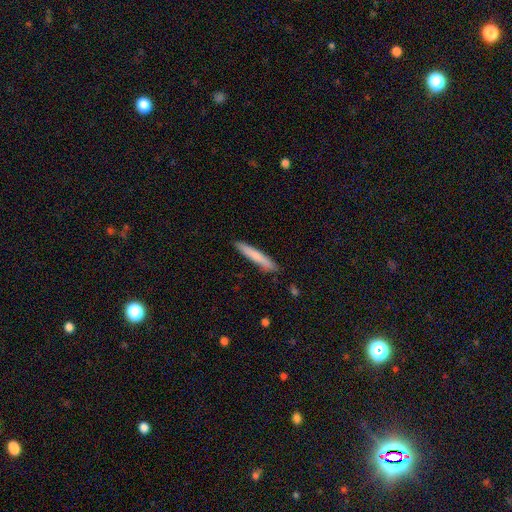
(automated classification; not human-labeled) smooth 77%, featured or disk 18%, star or artifact 5%. Down the decision tree: how rounded — cigar-shaped (95%); merging — none (89%).